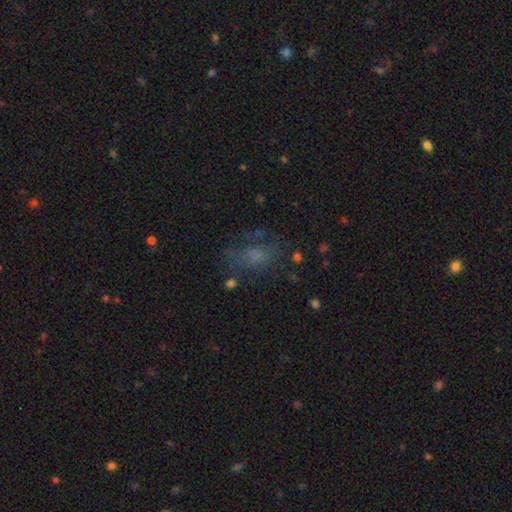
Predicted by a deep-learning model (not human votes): Morphology: type=smooth (55%); roundness=in between (78%); merging=none (53%).